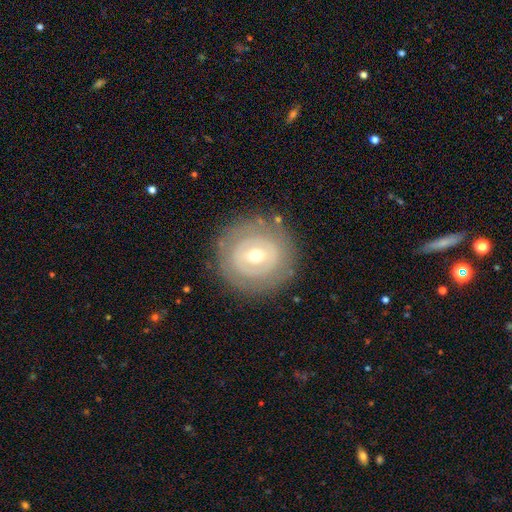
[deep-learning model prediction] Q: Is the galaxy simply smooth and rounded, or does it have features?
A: featured or disk — 59%.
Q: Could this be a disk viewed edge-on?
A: no — 96%.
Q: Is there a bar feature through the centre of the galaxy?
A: no — 50%.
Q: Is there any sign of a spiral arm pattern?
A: no — 78%.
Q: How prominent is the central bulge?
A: moderate — 49%.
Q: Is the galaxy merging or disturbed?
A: none — 83%.